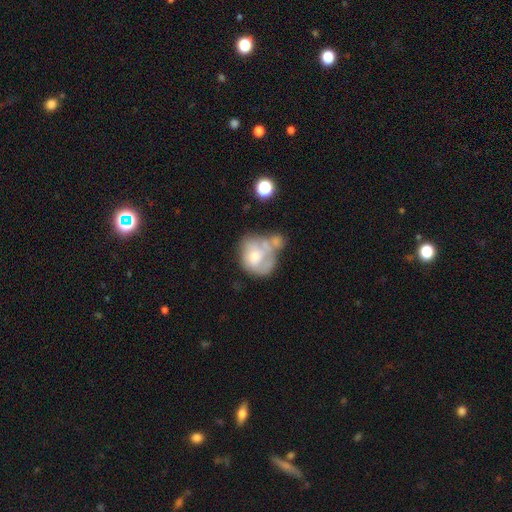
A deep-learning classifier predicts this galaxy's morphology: A smooth galaxy with no disk features (47%). Merging: merger (38%).